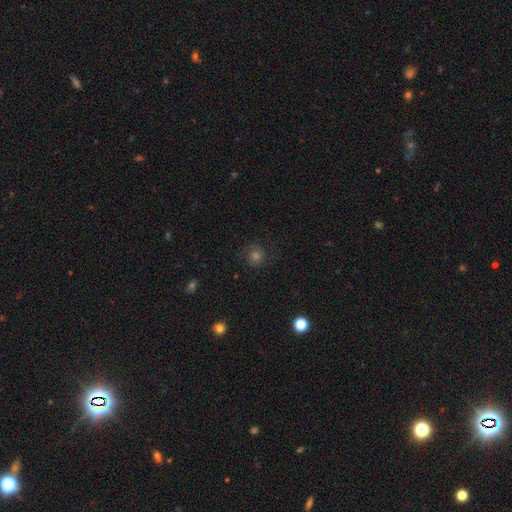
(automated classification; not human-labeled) Smooth or featured? smooth (48%)
Merging? none (80%)